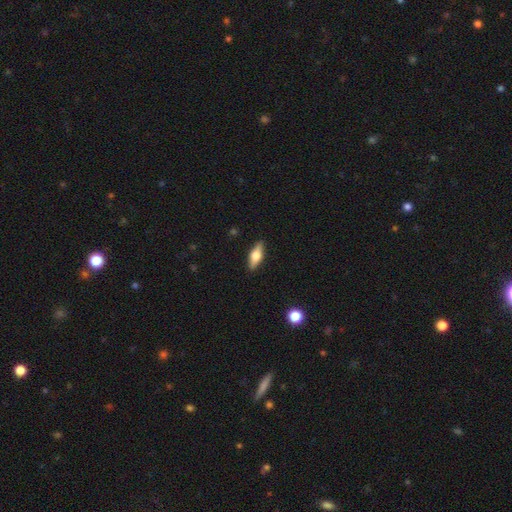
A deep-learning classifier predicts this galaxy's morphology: The model was most divided on "smooth or featured": featured or disk: 51%, smooth: 42%, star or artifact: 6%. More confident: edge-on disk — yes (92%); merging — none (89%).